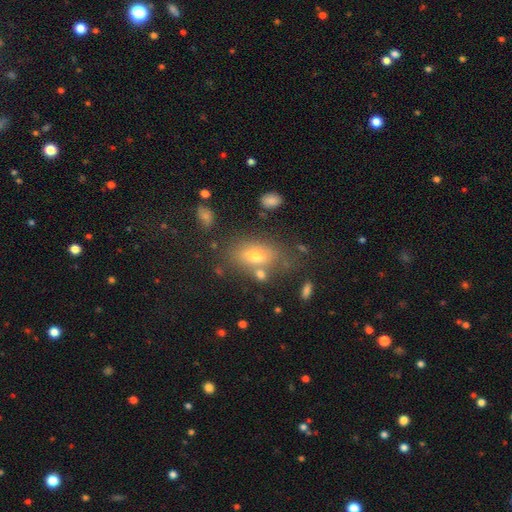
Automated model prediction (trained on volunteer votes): smooth 68%, featured or disk 20%, star or artifact 12%. Down the decision tree: how rounded — in between (80%); merging — none (63%).